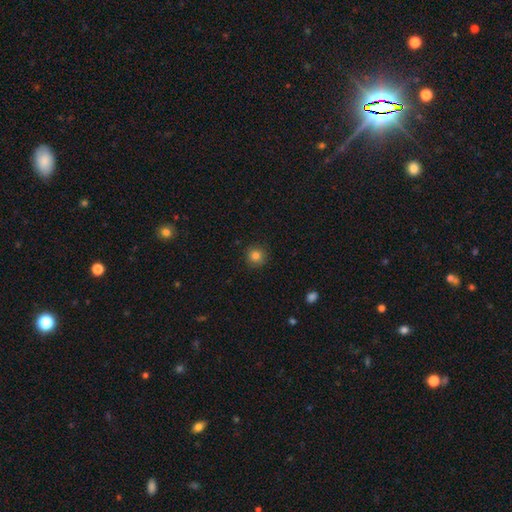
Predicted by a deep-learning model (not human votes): Smooth or featured?
  - smooth: 82% *
  - star or artifact: 12%
  - featured or disk: 6%
How rounded?
  - round: 94% *
  - in between: 5%
  - cigar-shaped: 1%
Merging?
  - none: 91% *
  - minor disturbance: 6%
  - major disturbance: 2%
  - merger: 1%